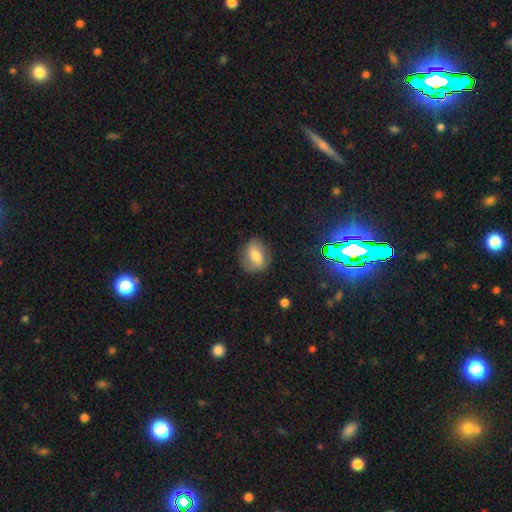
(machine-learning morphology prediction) Overall: smooth (55%; featured or disk 35%). How rounded: round (50%; in between 48%). Merging: none (75%).